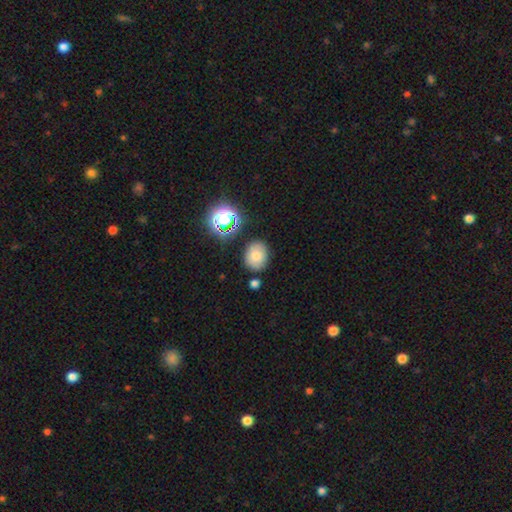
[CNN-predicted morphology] Smooth or featured? Predicted: smooth (p=0.70). How rounded? Predicted: round (p=0.55). Merging? Predicted: none (p=0.79).